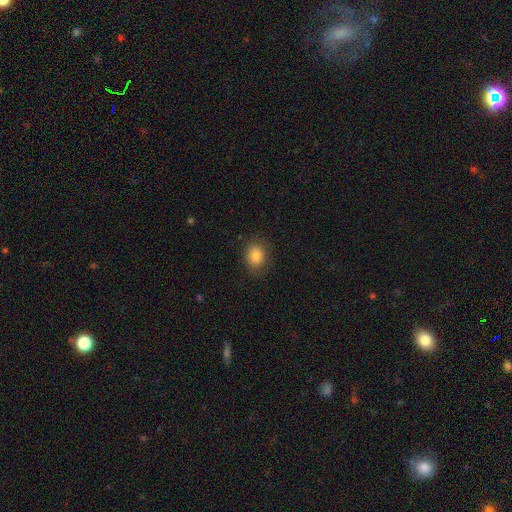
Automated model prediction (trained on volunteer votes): Smooth or featured? Predicted: smooth (p=0.83). How rounded? Predicted: round (p=0.53). Merging? Predicted: none (p=0.83).